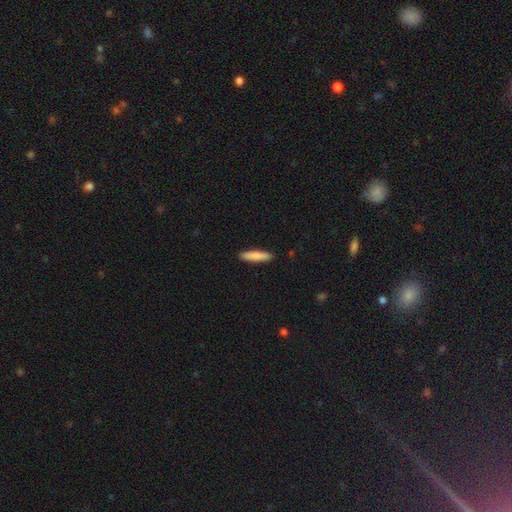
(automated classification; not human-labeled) Smooth or featured: smooth — 83% (featured or disk — 11%)
How rounded: cigar-shaped — 84% (in between — 15%)
Merging: none — 91% (minor disturbance — 6%)